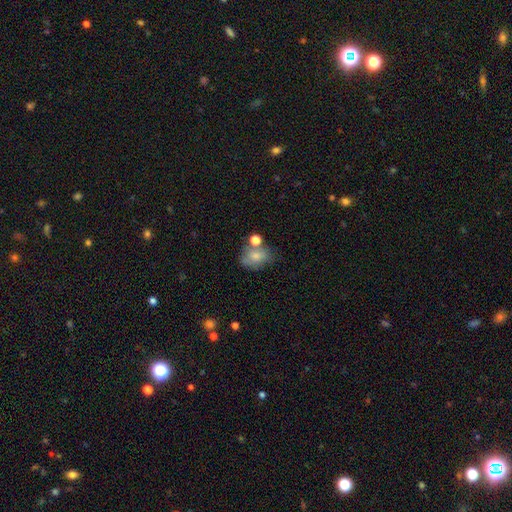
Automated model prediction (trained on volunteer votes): The model was most divided on "merging": none: 45%, merger: 25%, minor disturbance: 20%, major disturbance: 10%. More confident: smooth or featured — smooth (72%); how rounded — in between (65%).